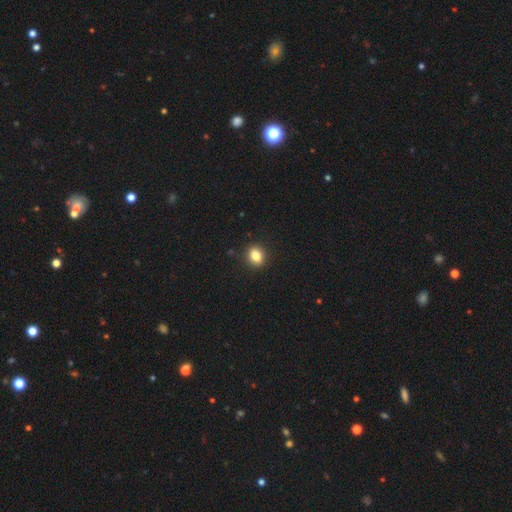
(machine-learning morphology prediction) A smooth galaxy with no disk features (84%) that is in between round and cigar-shaped (54%). Merging: none (90%).